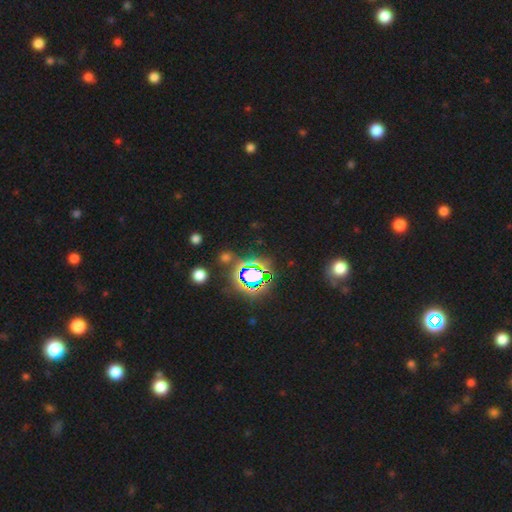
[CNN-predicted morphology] Overall: star or artifact (80%).